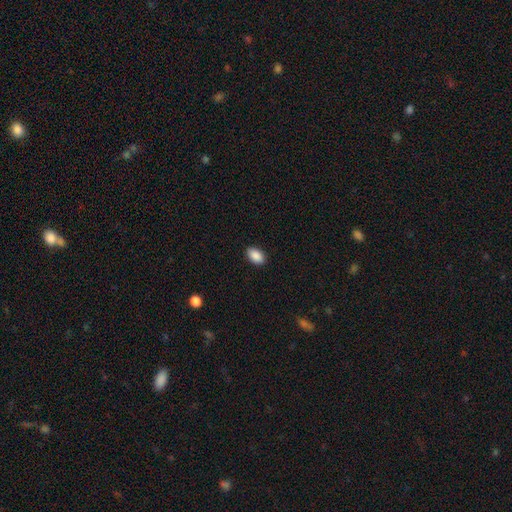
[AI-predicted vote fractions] A smooth galaxy with no disk features (90%) that is in between round and cigar-shaped (92%). Merging: none (89%).